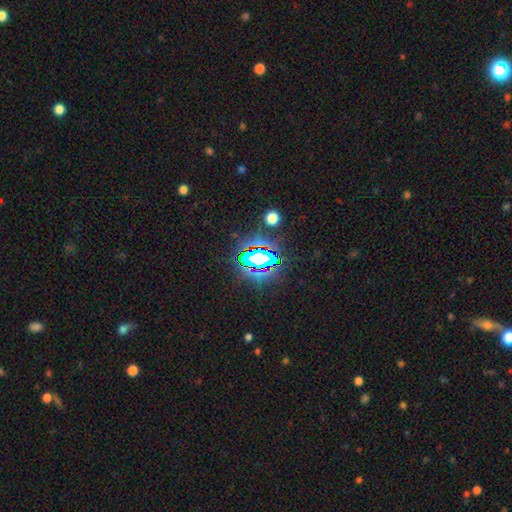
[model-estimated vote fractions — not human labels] Smooth or featured: star or artifact — 82% (smooth — 11%)